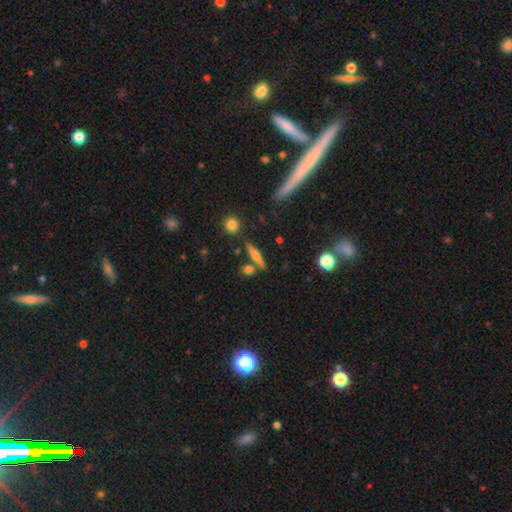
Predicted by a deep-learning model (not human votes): This appears to be a smooth galaxy with no disk features (46%). Merging: none (75%).